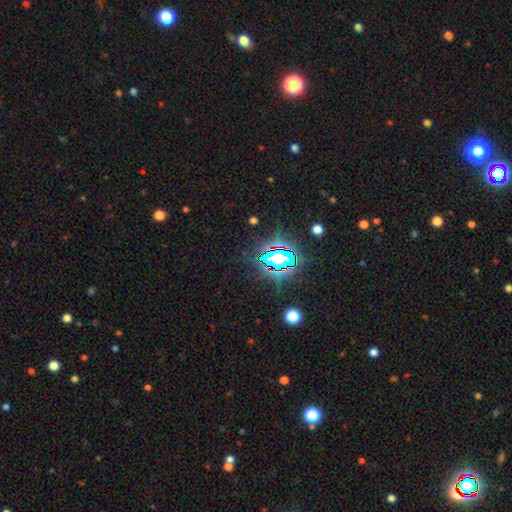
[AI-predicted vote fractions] A star or artifact, not a galaxy (83%).